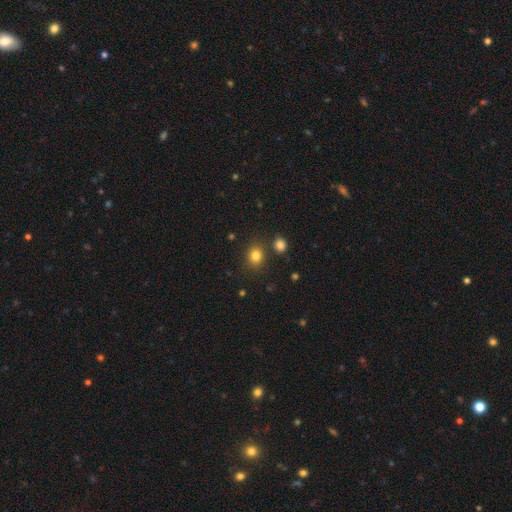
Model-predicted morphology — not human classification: Smooth or featured? smooth (82%)
How rounded? round (65%)
Merging? none (80%)